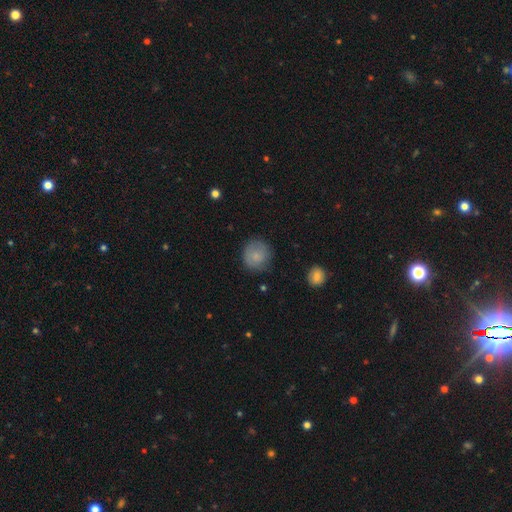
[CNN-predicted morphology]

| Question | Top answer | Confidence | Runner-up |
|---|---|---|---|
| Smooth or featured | smooth | 77% | featured or disk (15%) |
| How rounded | round | 88% | in between (11%) |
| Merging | none | 77% | minor disturbance (17%) |